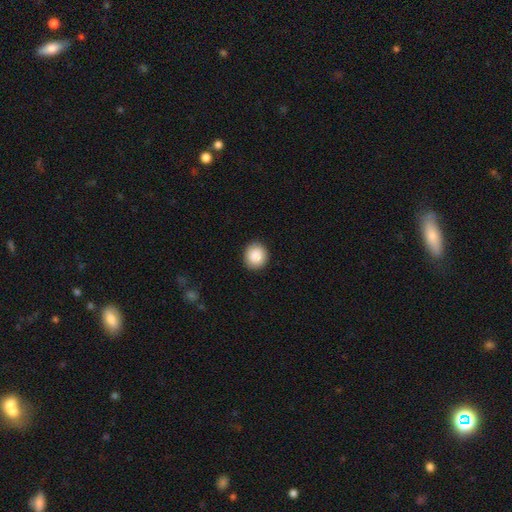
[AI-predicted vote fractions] Smooth or featured: smooth — 88% (star or artifact — 7%)
How rounded: round — 86% (in between — 13%)
Merging: none — 90% (minor disturbance — 7%)